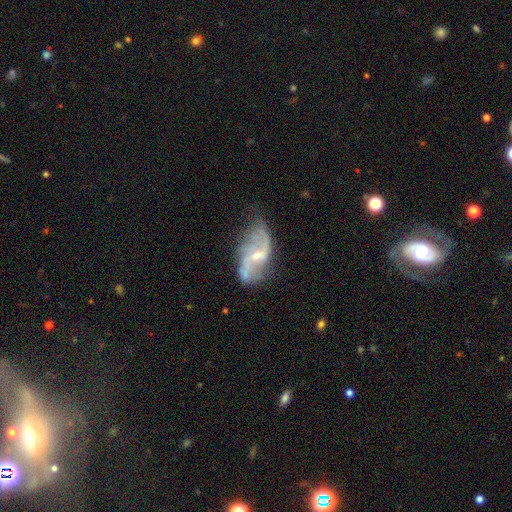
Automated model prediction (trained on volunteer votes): A featured or disk galaxy (81%) with a weak bar (49%), 2 (76%) loose (71%) spiral arms (89%) and a small central bulge (63%). Merging: none (52%).